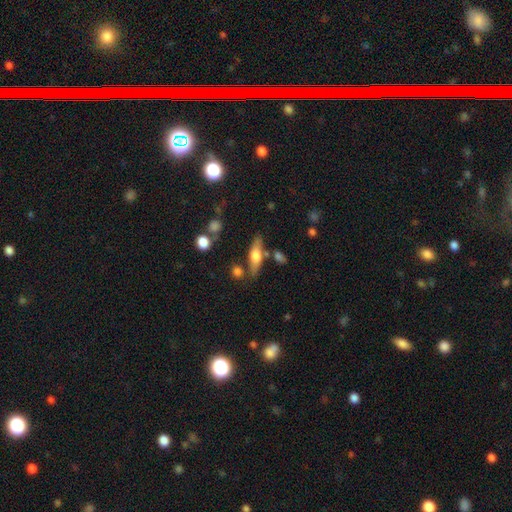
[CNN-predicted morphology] smooth 49%, featured or disk 44%, star or artifact 7%. Down the decision tree: merging — none (74%).